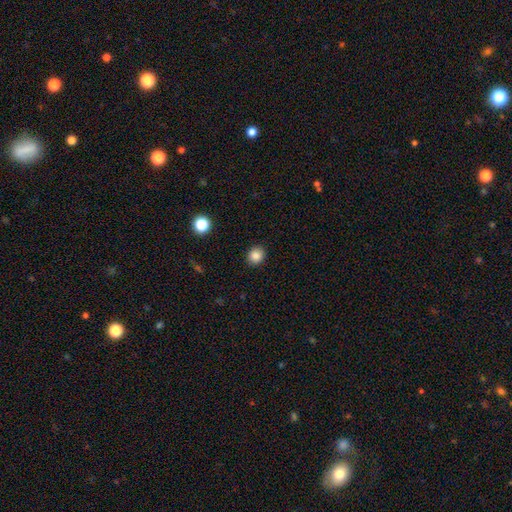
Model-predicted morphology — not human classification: The model was most divided on "how rounded": round: 78%, in between: 21%, cigar-shaped: 1%. More confident: merging — none (91%); smooth or featured — smooth (85%).